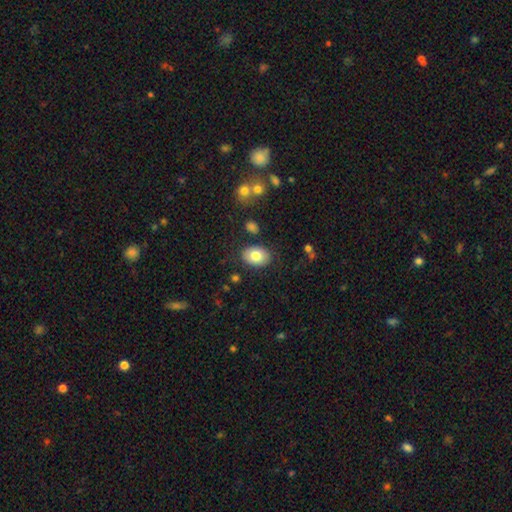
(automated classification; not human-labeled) Smooth or featured: smooth — 80% (featured or disk — 13%)
How rounded: in between — 82% (round — 17%)
Merging: none — 84% (minor disturbance — 10%)